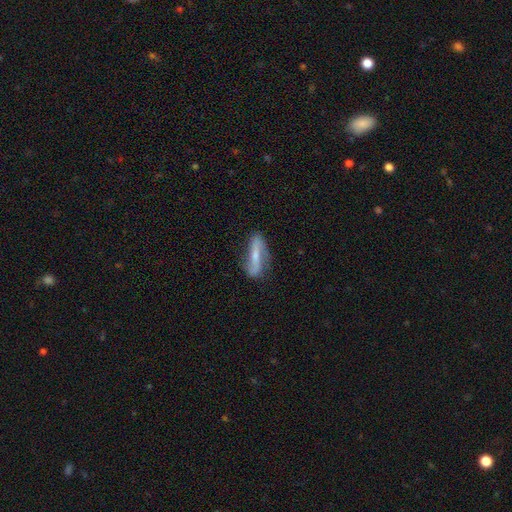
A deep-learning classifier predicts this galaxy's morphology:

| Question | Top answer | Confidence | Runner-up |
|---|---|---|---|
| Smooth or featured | featured or disk | 62% | smooth (32%) |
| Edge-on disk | no | 76% | yes (24%) |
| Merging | none | 70% | minor disturbance (21%) |